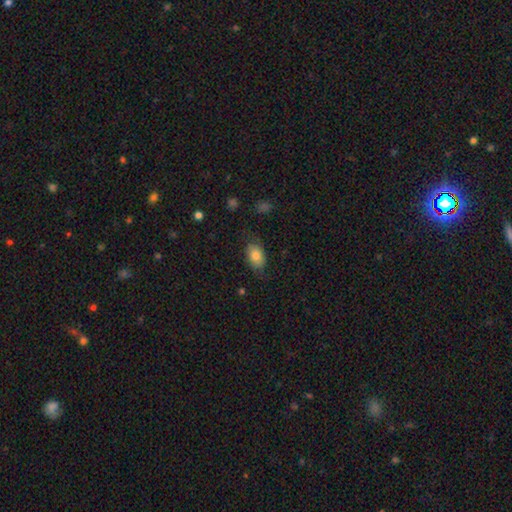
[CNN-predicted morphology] This is likely a smooth galaxy (78%). How rounded: clearly in between (88%). Merging: likely none (71%).